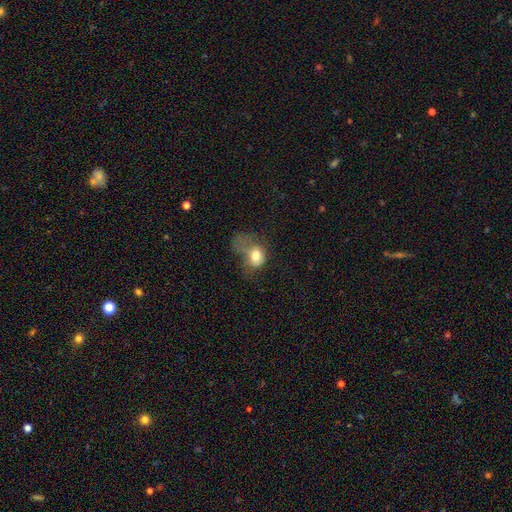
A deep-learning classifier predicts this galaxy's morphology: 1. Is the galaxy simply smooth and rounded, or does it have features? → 69% smooth, 21% featured or disk, 10% star or artifact.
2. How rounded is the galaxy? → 66% in between, 33% round, 1% cigar-shaped.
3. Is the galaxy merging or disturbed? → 62% major disturbance, 18% minor disturbance, 14% none, 7% merger.